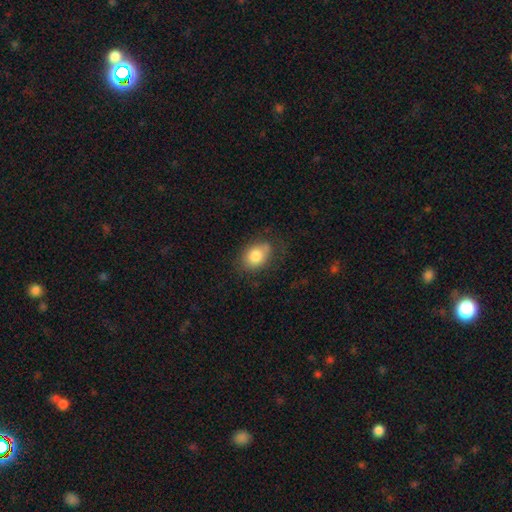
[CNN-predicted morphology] Overall: smooth (80%). How rounded: in between (72%). Merging: none (67%).